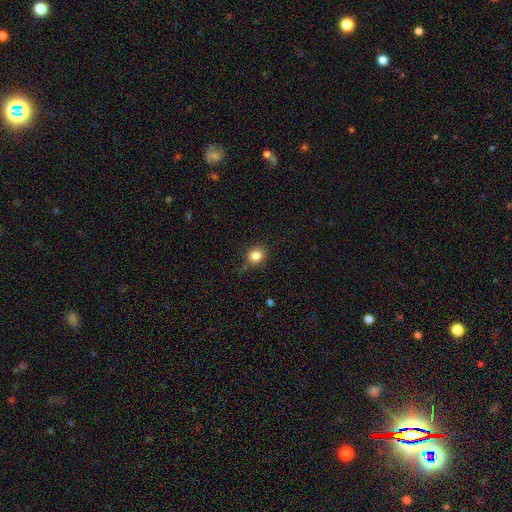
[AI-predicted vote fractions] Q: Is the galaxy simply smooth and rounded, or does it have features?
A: smooth — 83%.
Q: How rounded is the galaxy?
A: round — 78%.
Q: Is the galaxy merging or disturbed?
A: none — 81%.